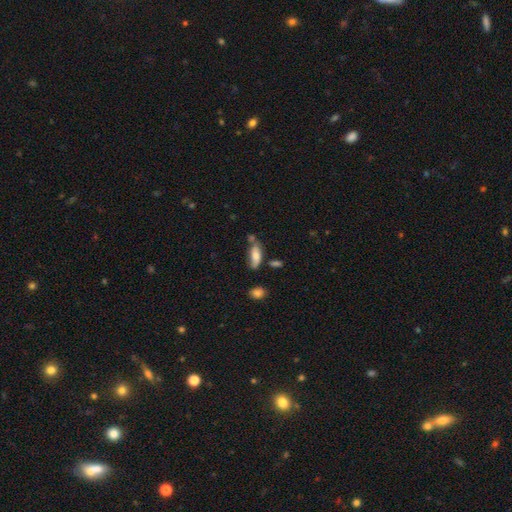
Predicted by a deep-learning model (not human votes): A smooth galaxy with no disk features (71%) that is in between round and cigar-shaped (72%).

Vote fractions:
- Smooth or featured? smooth: 71% / featured or disk: 21% / star or artifact: 8%
- How rounded? in between: 72% / cigar-shaped: 25% / round: 3%
- Merging? none: 47% / minor disturbance: 27% / merger: 16% / major disturbance: 10%